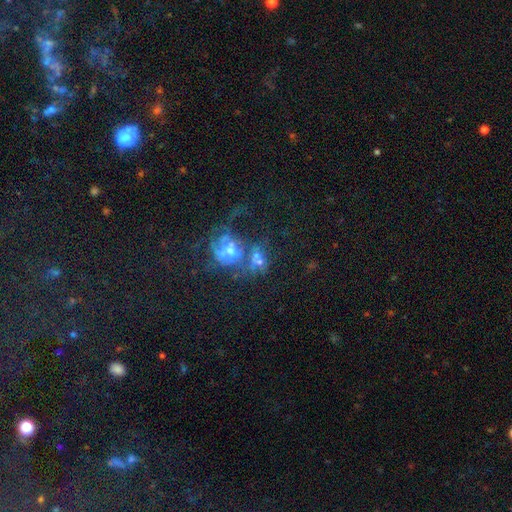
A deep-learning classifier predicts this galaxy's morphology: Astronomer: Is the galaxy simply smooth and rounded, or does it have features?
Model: smooth — 49% (runner-up: star or artifact, 34%).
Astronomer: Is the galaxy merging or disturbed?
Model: merger — 45% (runner-up: none, 36%).